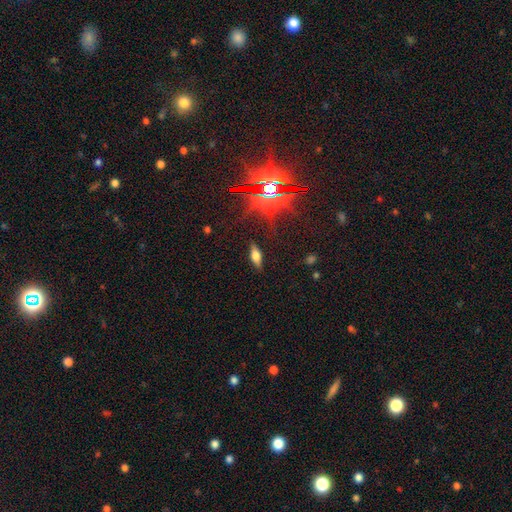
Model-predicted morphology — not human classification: Smooth or featured: smooth — 51% (featured or disk — 31%)
How rounded: in between — 62% (cigar-shaped — 34%)
Merging: none — 85% (minor disturbance — 11%)